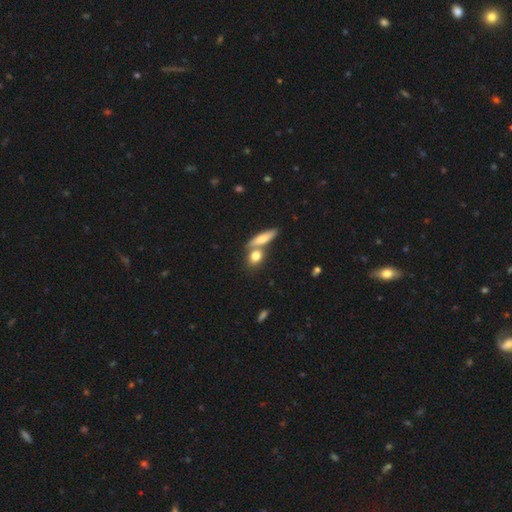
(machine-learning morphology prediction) smooth 77%, featured or disk 14%, star or artifact 8%. Down the decision tree: how rounded — round (43%); merging — none (52%).